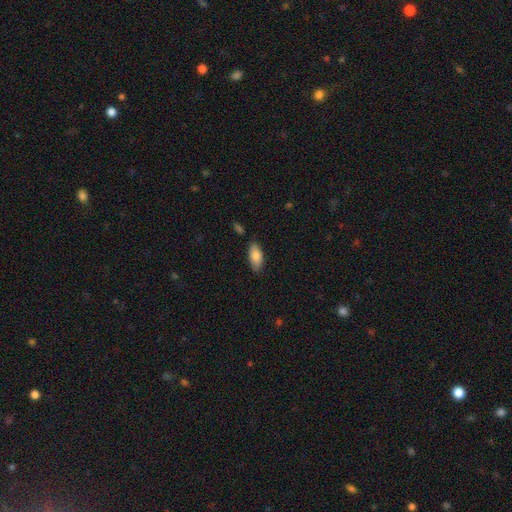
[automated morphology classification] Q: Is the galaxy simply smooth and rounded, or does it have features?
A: smooth — 83%.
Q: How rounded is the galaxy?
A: in between — 88%.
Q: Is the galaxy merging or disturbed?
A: none — 81%.